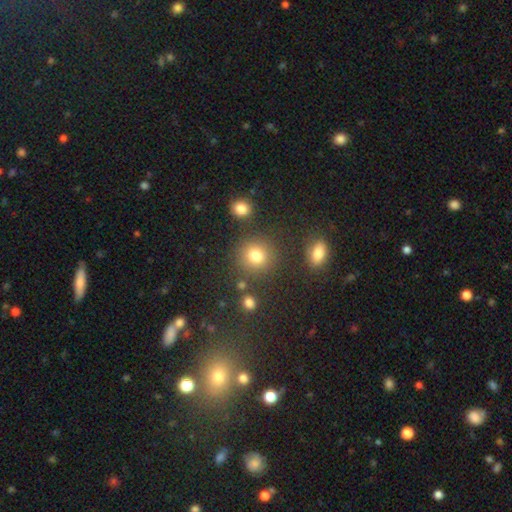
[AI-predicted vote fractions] Smooth or featured? smooth (79%)
How rounded? round (88%)
Merging? none (80%)